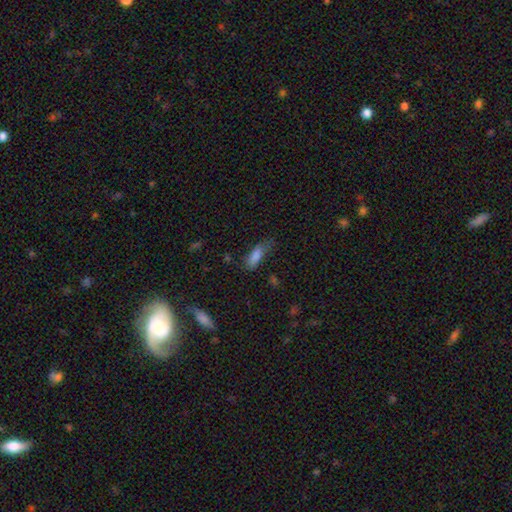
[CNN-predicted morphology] smooth_or_featured: smooth (p=0.81) [alt: featured or disk p=0.10]
how_rounded: in between (p=0.63) [alt: cigar-shaped p=0.35]
merging: none (p=0.53) [alt: minor disturbance p=0.32]